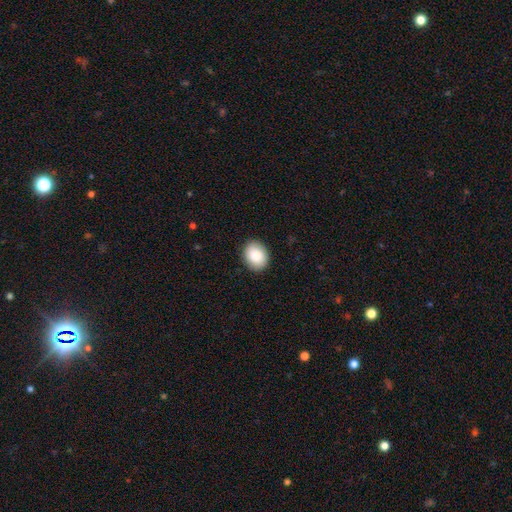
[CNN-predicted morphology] smooth-or-featured: smooth: 87% | star or artifact: 7% | featured or disk: 6%
  how-rounded: in between: 52% | round: 47% | cigar-shaped: 1%
  merging: none: 90% | minor disturbance: 8% | major disturbance: 2% | merger: 1%